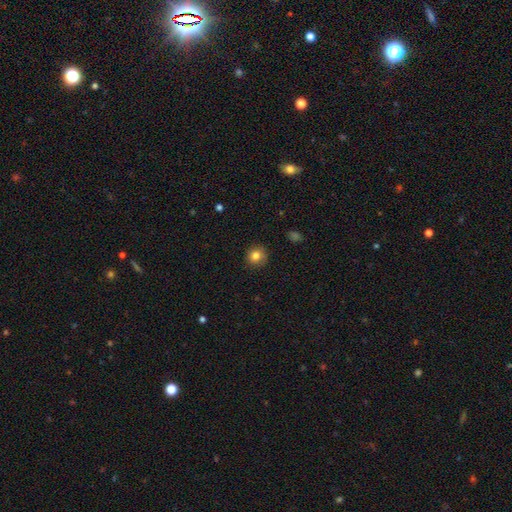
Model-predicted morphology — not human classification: smooth-or-featured: smooth: 82% | star or artifact: 11% | featured or disk: 7%
  how-rounded: round: 90% | in between: 9% | cigar-shaped: 1%
  merging: none: 88% | minor disturbance: 9% | major disturbance: 2% | merger: 1%